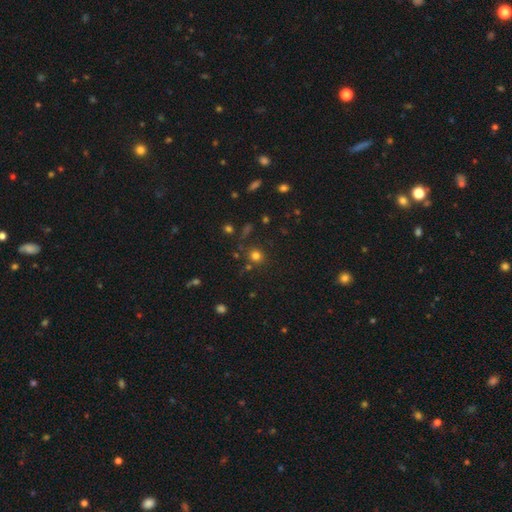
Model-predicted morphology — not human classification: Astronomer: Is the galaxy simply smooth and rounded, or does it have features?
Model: smooth — 75%.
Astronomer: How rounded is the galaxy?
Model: round — 88%.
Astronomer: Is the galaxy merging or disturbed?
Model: none — 80%.